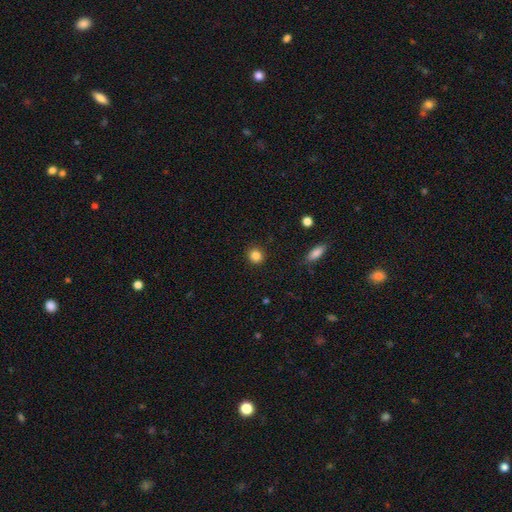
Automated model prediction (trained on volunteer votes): Smooth or featured? Predicted: smooth (p=0.85). How rounded? Predicted: round (p=0.89). Merging? Predicted: none (p=0.91).